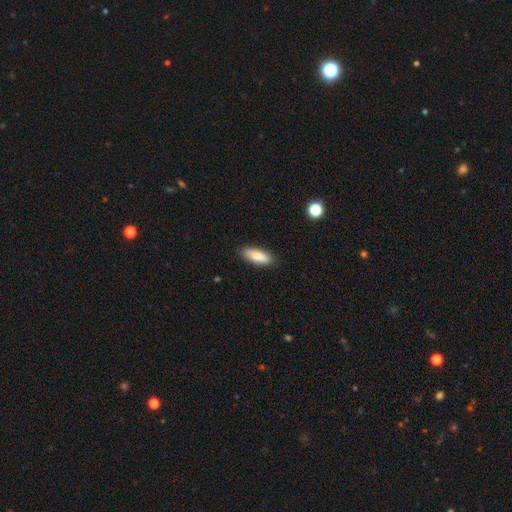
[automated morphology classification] type=smooth (83%); roundness=in between (69%); merging=none (88%).